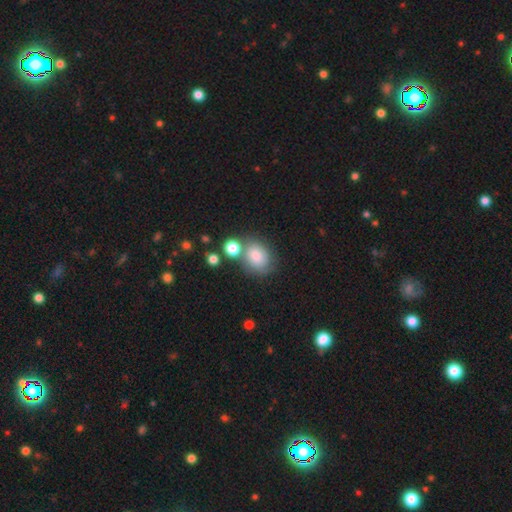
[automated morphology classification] Smooth or featured: smooth — 74% (featured or disk — 16%)
How rounded: round — 53% (in between — 46%)
Merging: none — 53% (merger — 21%)